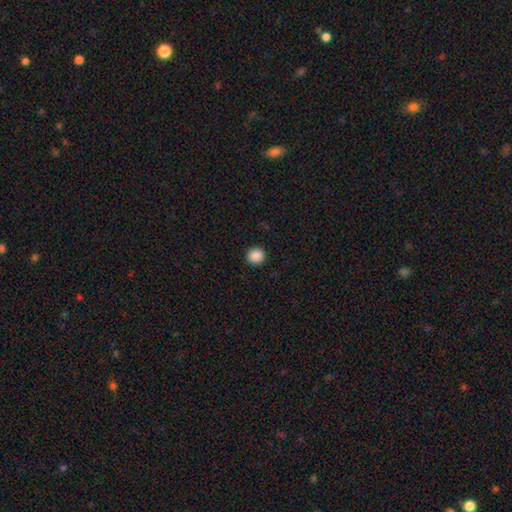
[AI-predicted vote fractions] Smooth or featured? Predicted: smooth (p=0.88). How rounded? Predicted: round (p=0.90). Merging? Predicted: none (p=0.91).